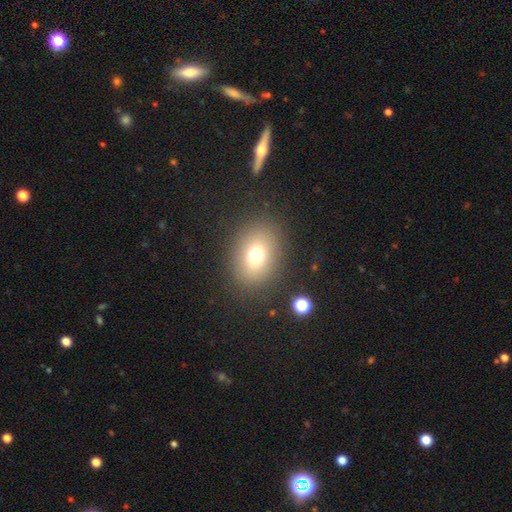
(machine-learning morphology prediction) Q: Smooth or featured?
A: smooth (72%); runner-up: star or artifact (15%)
Q: How rounded?
A: in between (59%); runner-up: round (40%)
Q: Merging?
A: none (84%); runner-up: minor disturbance (9%)